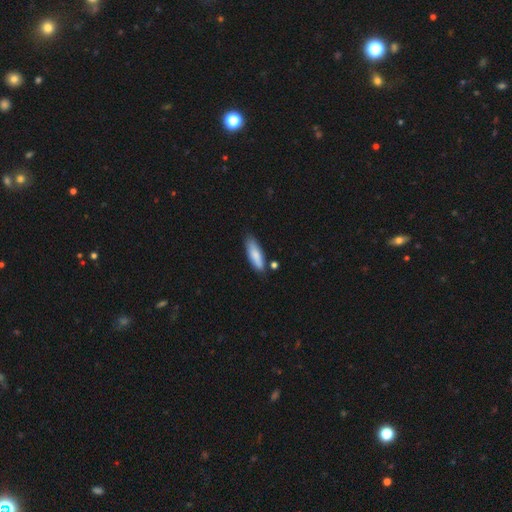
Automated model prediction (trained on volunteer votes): Smooth or featured?
  - smooth: 82% *
  - featured or disk: 12%
  - star or artifact: 6%
How rounded?
  - cigar-shaped: 52% *
  - in between: 47%
  - round: 2%
Merging?
  - none: 76% *
  - minor disturbance: 17%
  - merger: 5%
  - major disturbance: 3%